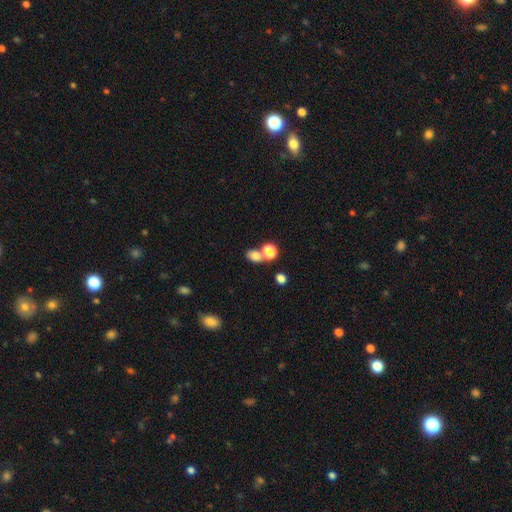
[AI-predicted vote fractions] This is likely a smooth galaxy (77%). How rounded: likely in between (61%). Merging: possibly none (48%).